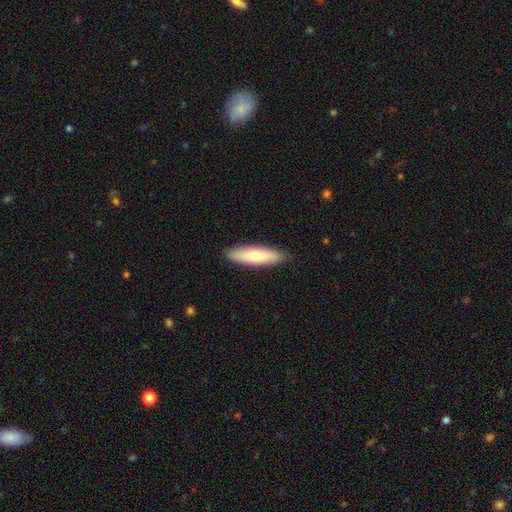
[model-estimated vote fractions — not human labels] Smooth or featured? smooth (71%)
How rounded? cigar-shaped (61%)
Merging? none (89%)